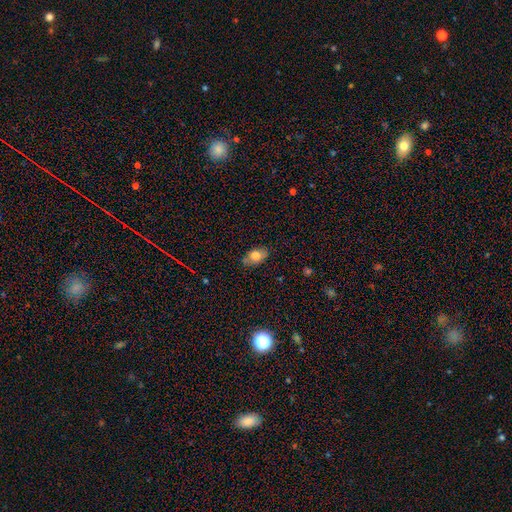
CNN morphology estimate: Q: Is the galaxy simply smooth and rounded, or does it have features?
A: smooth — 74%.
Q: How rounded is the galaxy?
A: in between — 88%.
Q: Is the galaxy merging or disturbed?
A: none — 76%.